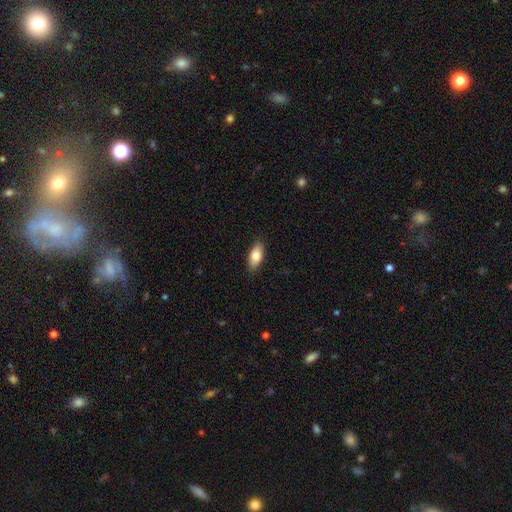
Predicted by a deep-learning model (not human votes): The model was most divided on "smooth or featured": smooth: 82%, featured or disk: 11%, star or artifact: 6%. More confident: how rounded — in between (89%); merging — none (87%).